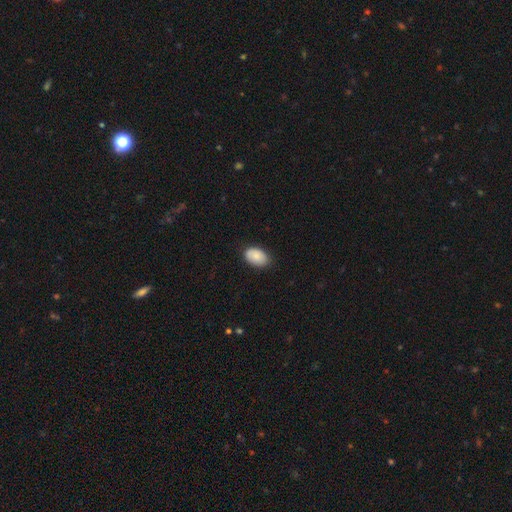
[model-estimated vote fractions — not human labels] A smooth galaxy with no disk features (86%) that is in between round and cigar-shaped (91%). Merging: none (81%).